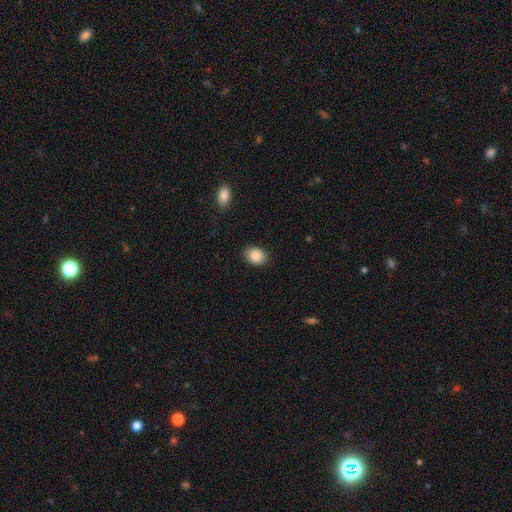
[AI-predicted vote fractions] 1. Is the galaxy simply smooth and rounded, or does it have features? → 89% smooth, 8% star or artifact, 4% featured or disk.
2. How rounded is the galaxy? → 61% in between, 38% round, 1% cigar-shaped.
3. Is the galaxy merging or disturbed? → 85% none, 11% minor disturbance, 3% major disturbance, 1% merger.